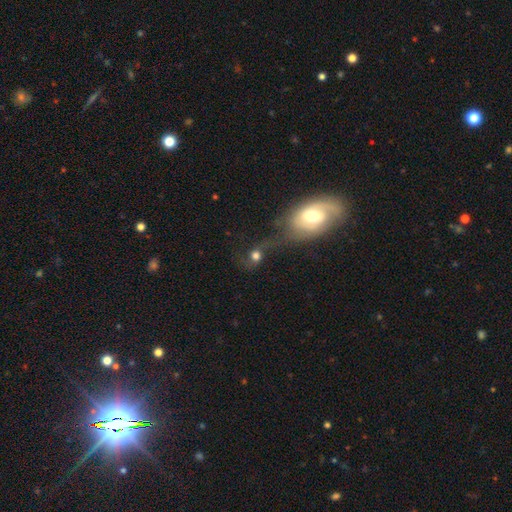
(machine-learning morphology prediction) smooth_or_featured: smooth (p=0.55) [alt: featured or disk p=0.31]
how_rounded: round (p=0.67) [alt: in between p=0.30]
merging: merger (p=0.43) [alt: none p=0.28]